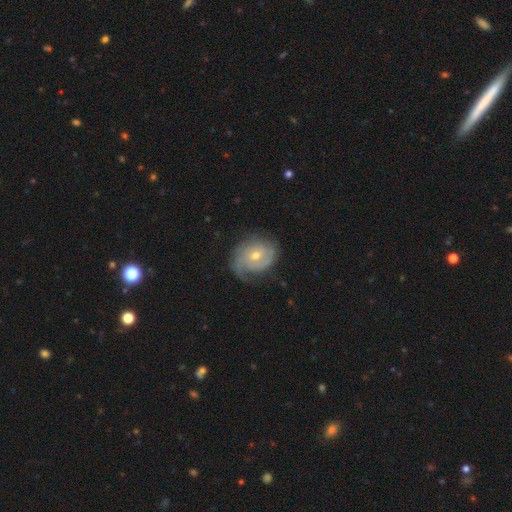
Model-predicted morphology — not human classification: This appears to be a featured or disk galaxy (80%) with no bar (65%), 2 (39%) tight (61%) spiral arms (93%) and a moderate central bulge (49%). Merging: none (67%).